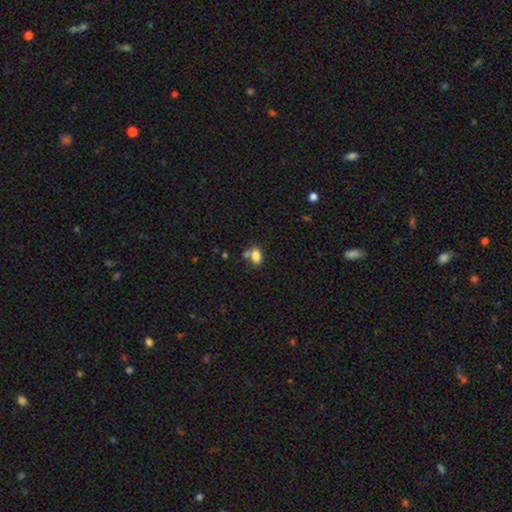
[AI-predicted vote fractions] The model was most divided on "merging": none: 57%, merger: 25%, minor disturbance: 14%, major disturbance: 4%. More confident: smooth or featured — smooth (83%); how rounded — in between (82%).